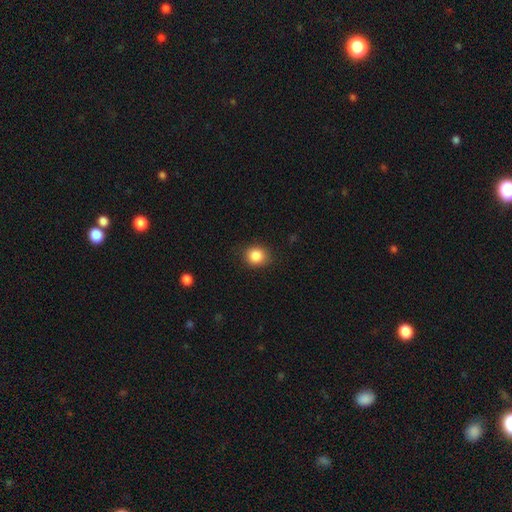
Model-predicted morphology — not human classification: smooth-or-featured: smooth: 86% | star or artifact: 10% | featured or disk: 4%
  how-rounded: round: 80% | in between: 19% | cigar-shaped: 1%
  merging: none: 87% | minor disturbance: 9% | major disturbance: 2% | merger: 1%